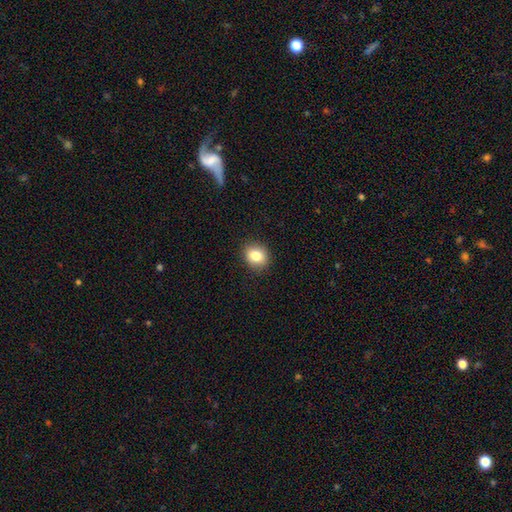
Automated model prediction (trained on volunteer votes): A smooth galaxy with no disk features (83%) that is round (60%). Merging: none (89%).